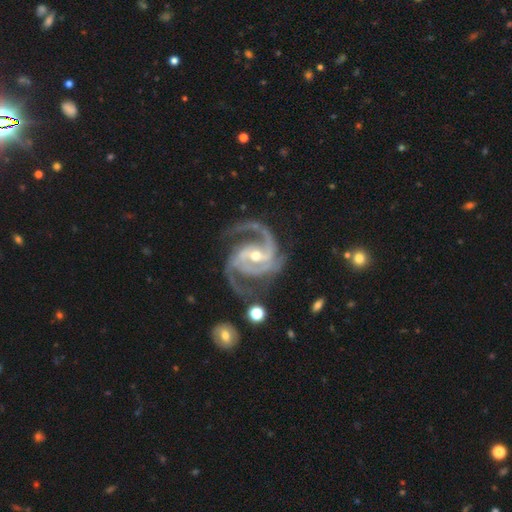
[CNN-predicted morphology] The model was most divided on "bar": strong: 41%, weak: 38%, no: 21%. Remaining: spiral arms — yes (99%); edge-on disk — no (98%); smooth or featured — featured or disk (94%); merging — none (65%); spiral winding — medium (61%); bulge size — moderate (53%); spiral arm count — 2 (44%).